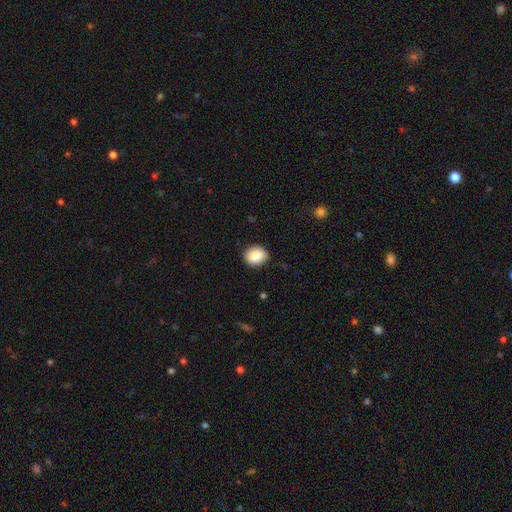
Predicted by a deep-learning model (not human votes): A smooth galaxy with no disk features (86%) that is round (61%).

Vote fractions:
- Smooth or featured? smooth: 86% / star or artifact: 8% / featured or disk: 6%
- How rounded? round: 61% / in between: 39% / cigar-shaped: 1%
- Merging? none: 85% / minor disturbance: 12% / major disturbance: 2% / merger: 1%